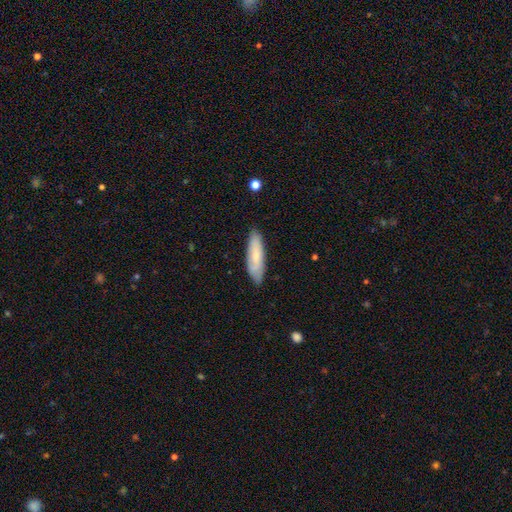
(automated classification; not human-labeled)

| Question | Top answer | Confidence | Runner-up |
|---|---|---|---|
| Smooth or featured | smooth | 66% | featured or disk (27%) |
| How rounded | cigar-shaped | 58% | in between (41%) |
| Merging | none | 82% | minor disturbance (15%) |